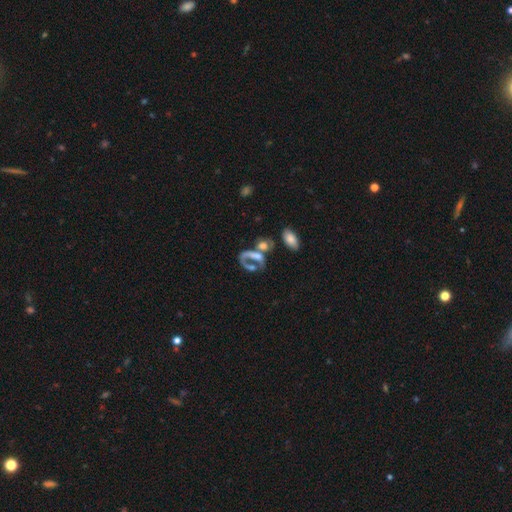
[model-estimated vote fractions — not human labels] Smooth or featured?
  - featured or disk: 53% *
  - smooth: 33%
  - star or artifact: 14%
Edge-on disk?
  - no: 94% *
  - yes: 6%
Bar?
  - no: 73% *
  - weak: 17%
  - strong: 10%
Spiral arms?
  - no: 65% *
  - yes: 35%
Bulge size?
  - none: 41% *
  - moderate: 25%
  - small: 19%
  - large: 11%
  - dominant: 4%
Merging?
  - merger: 39% *
  - major disturbance: 29%
  - none: 22%
  - minor disturbance: 10%